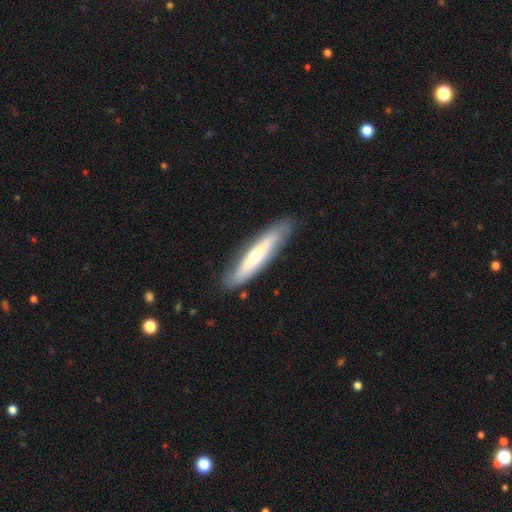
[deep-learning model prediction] Morphology: type=featured or disk (47%); merging=none (85%).